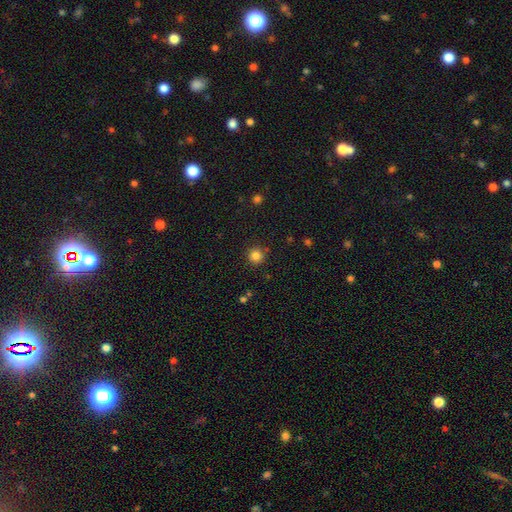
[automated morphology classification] smooth_or_featured: smooth (p=0.84) [alt: star or artifact p=0.12]
how_rounded: round (p=0.94) [alt: in between p=0.05]
merging: none (p=0.88) [alt: minor disturbance p=0.07]